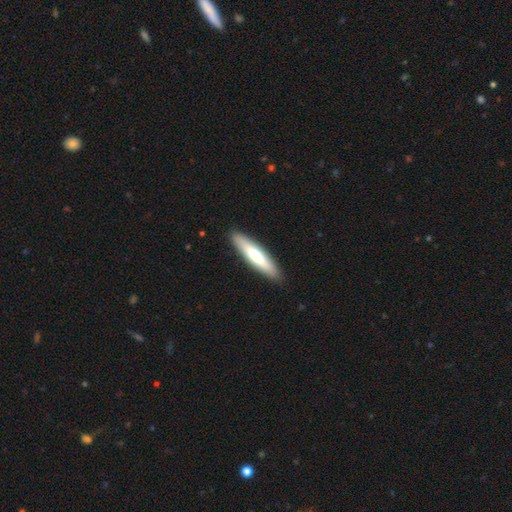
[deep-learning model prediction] Smooth or featured?
  - smooth: 65% *
  - featured or disk: 31%
  - star or artifact: 5%
How rounded?
  - cigar-shaped: 80% *
  - in between: 19%
  - round: 1%
Merging?
  - none: 90% *
  - minor disturbance: 7%
  - major disturbance: 2%
  - merger: 1%